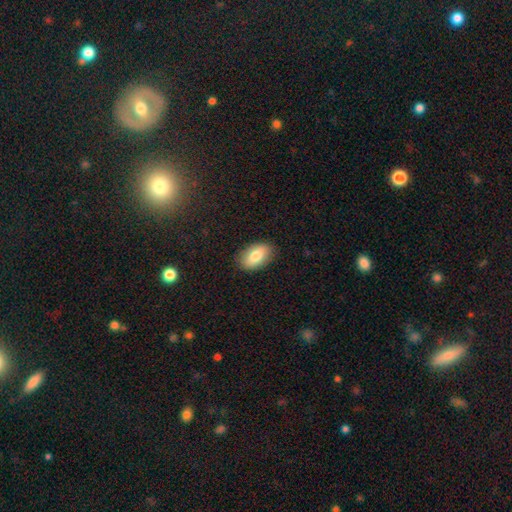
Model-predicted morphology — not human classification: A smooth galaxy with no disk features (79%) that is in between round and cigar-shaped (91%).

Vote fractions:
- Smooth or featured? smooth: 79% / featured or disk: 15% / star or artifact: 7%
- How rounded? in between: 91% / round: 7% / cigar-shaped: 2%
- Merging? none: 86% / minor disturbance: 10% / major disturbance: 3% / merger: 1%